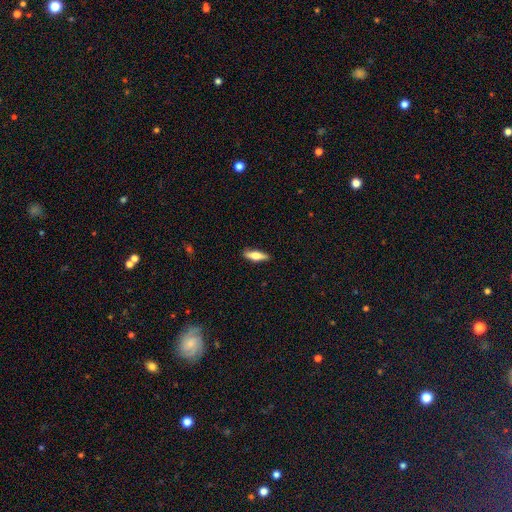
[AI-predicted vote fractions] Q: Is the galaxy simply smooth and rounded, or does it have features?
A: smooth — 64%.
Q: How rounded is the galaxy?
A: cigar-shaped — 54%.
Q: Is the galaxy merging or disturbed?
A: none — 87%.